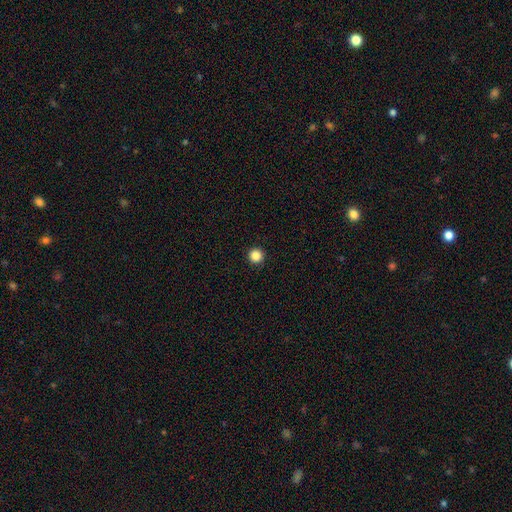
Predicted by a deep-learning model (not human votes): smooth_or_featured: smooth (p=0.86) [alt: star or artifact p=0.11]
how_rounded: round (p=0.97) [alt: in between p=0.02]
merging: none (p=0.94) [alt: minor disturbance p=0.04]